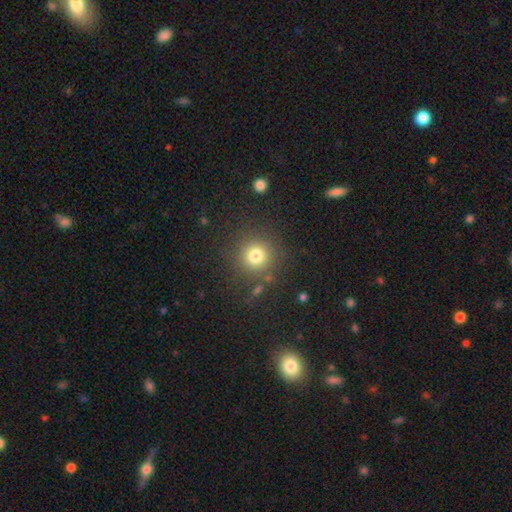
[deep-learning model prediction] This is likely a smooth galaxy (77%). How rounded: clearly round (94%). Merging: clearly none (85%).